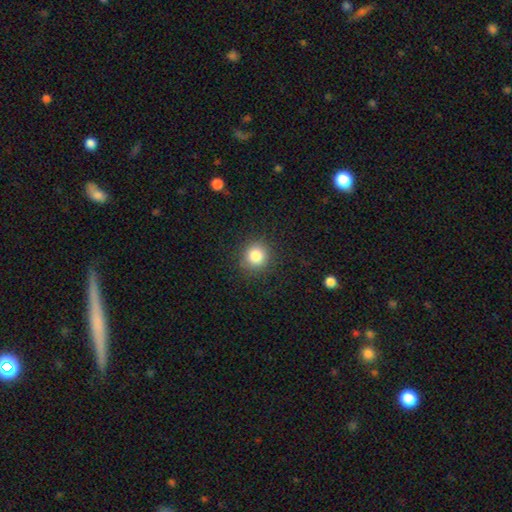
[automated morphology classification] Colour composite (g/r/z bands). It shows a smooth galaxy with no disk features (84%) that is round (91%). Merging: none (88%).